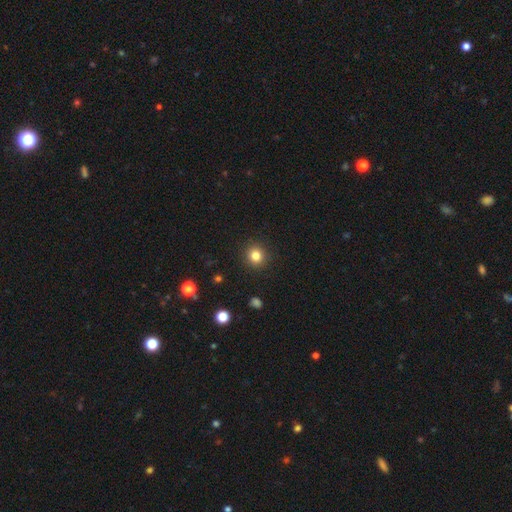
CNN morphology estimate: This appears to be a smooth galaxy with no disk features (82%) that is round (91%). Merging: none (92%).